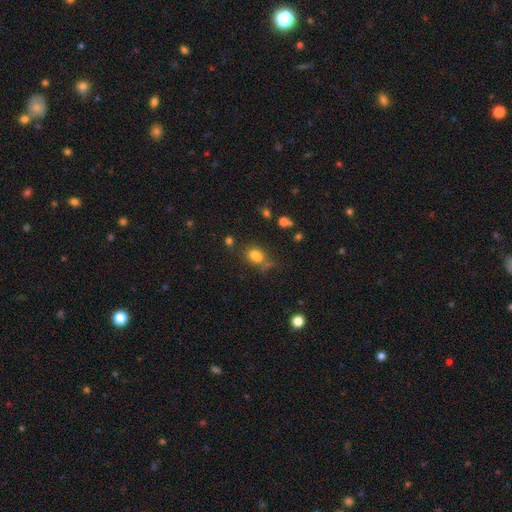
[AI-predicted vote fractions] This appears to be a smooth galaxy with no disk features (79%) that is in between round and cigar-shaped (69%). Merging: none (60%).